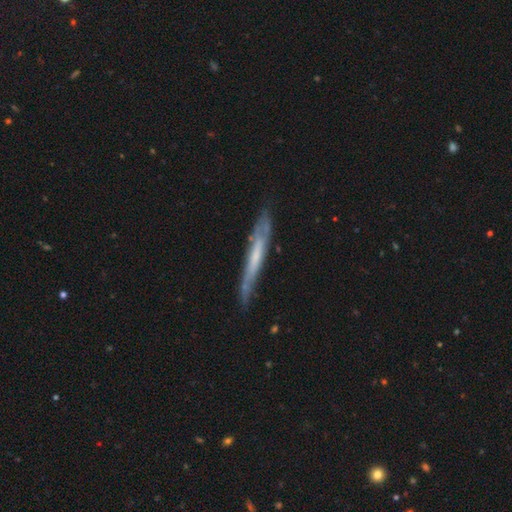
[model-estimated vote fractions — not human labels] Morphology: type=featured or disk (62%); edge-on=yes (79%); merging=none (73%).